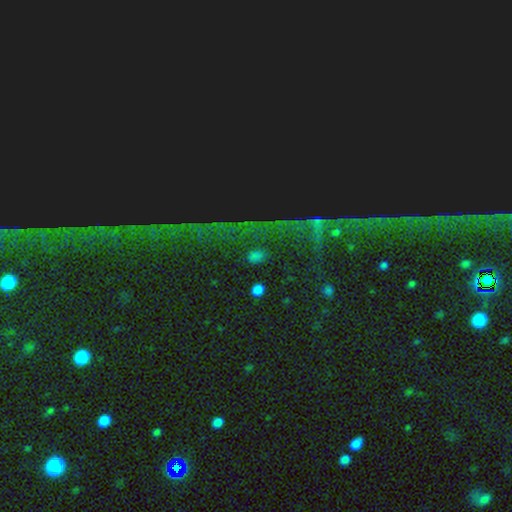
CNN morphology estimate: The model was most divided on "smooth or featured": star or artifact: 79%, smooth: 12%, featured or disk: 9%.